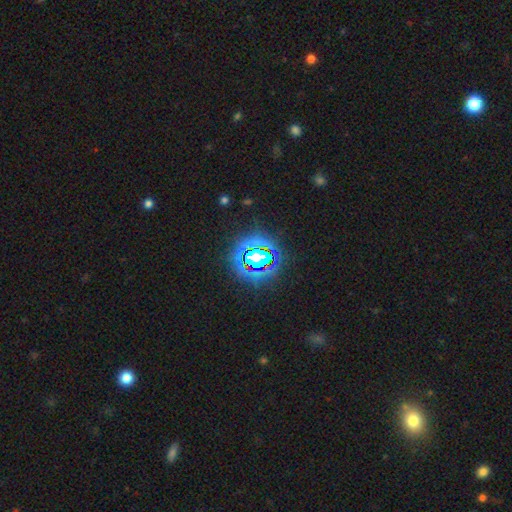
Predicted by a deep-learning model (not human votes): The model was most divided on "smooth or featured": star or artifact: 70%, smooth: 18%, featured or disk: 13%.